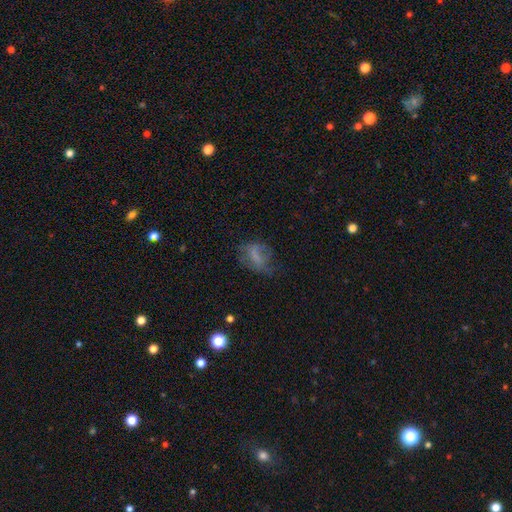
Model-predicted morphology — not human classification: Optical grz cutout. It shows a smooth galaxy with no disk features (52%) that is in between round and cigar-shaped (69%). Merging: none (44%).